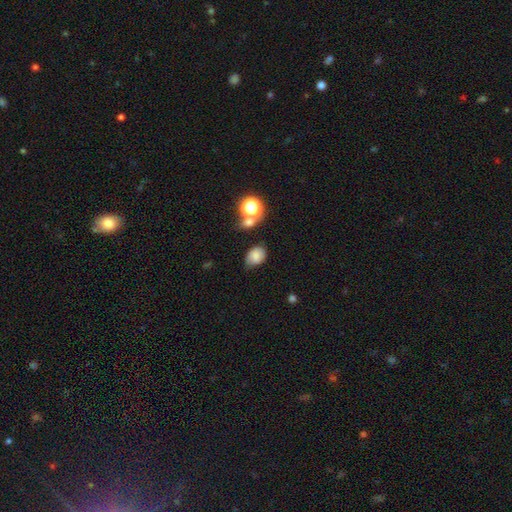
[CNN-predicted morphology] Overall: smooth (79%). How rounded: in between (66%; round 33%). Merging: none (62%; minor disturbance 25%).